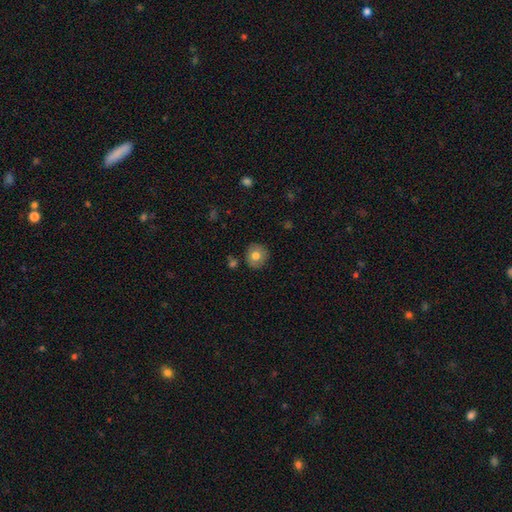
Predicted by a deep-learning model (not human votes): smooth 75%, featured or disk 16%, star or artifact 9%. Down the decision tree: how rounded — round (91%); merging — none (88%).